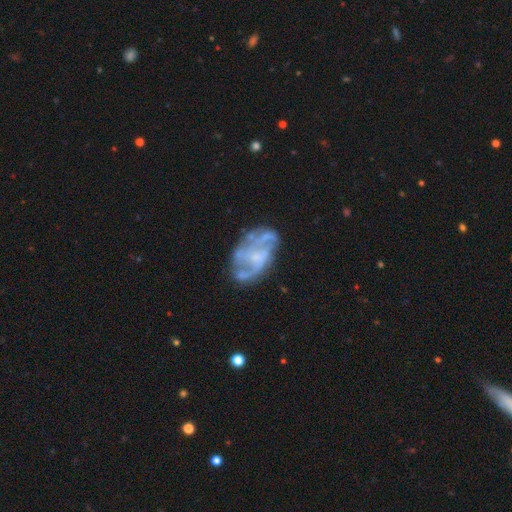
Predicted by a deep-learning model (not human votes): Morphology: type=featured or disk (78%); edge-on=no (97%); bar=no (64%); spiral arms=yes (64%); bulge=small (40%); merging=none (57%).